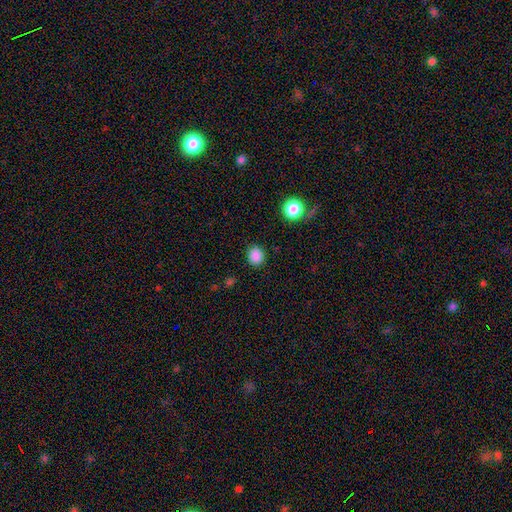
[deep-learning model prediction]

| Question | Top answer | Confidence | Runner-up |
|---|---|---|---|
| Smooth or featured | smooth | 87% | star or artifact (11%) |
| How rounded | round | 74% | in between (26%) |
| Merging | none | 88% | minor disturbance (8%) |